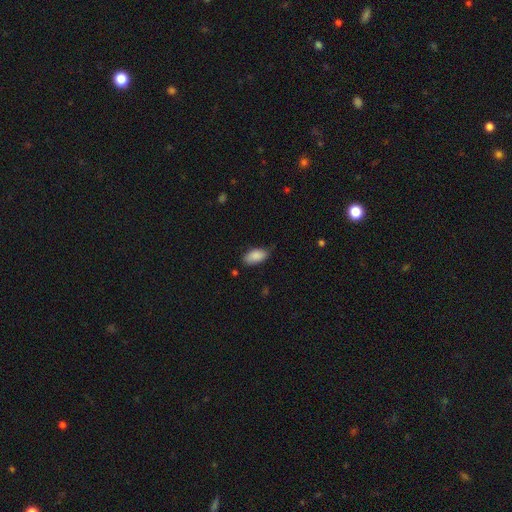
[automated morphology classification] Smooth or featured?
  - smooth: 88% *
  - star or artifact: 6%
  - featured or disk: 5%
How rounded?
  - in between: 93% *
  - cigar-shaped: 4%
  - round: 3%
Merging?
  - none: 73% *
  - minor disturbance: 22%
  - major disturbance: 4%
  - merger: 1%